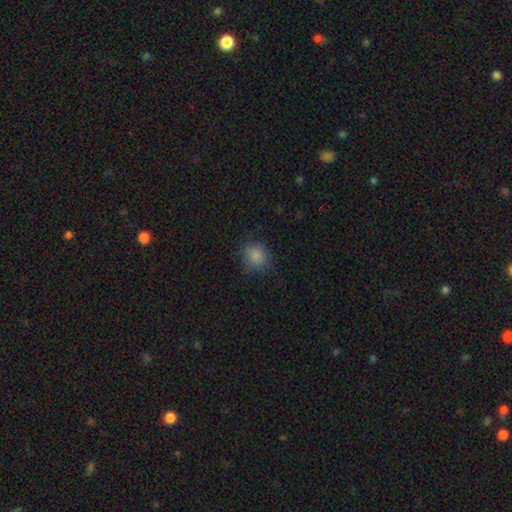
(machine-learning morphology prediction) Smooth or featured? Predicted: smooth (p=0.83). How rounded? Predicted: round (p=0.82). Merging? Predicted: none (p=0.77).